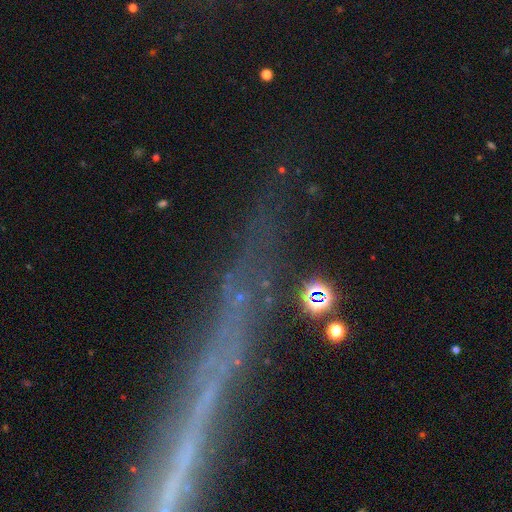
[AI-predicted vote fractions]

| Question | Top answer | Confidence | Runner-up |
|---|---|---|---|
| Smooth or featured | star or artifact | 49% | featured or disk (29%) |